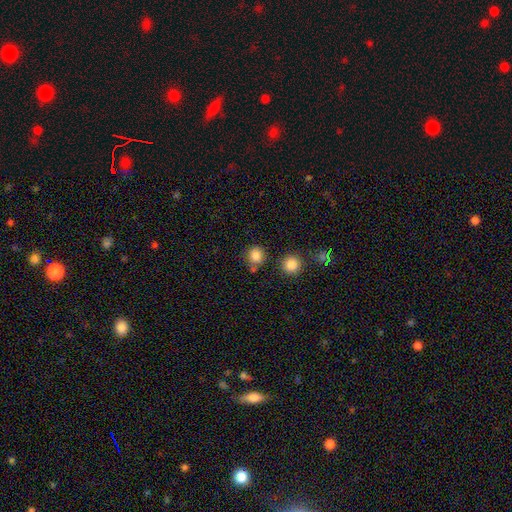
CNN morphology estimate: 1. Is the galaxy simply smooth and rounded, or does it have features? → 83% smooth, 12% star or artifact, 5% featured or disk.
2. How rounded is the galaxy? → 85% round, 14% in between, 1% cigar-shaped.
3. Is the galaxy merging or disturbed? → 73% none, 12% minor disturbance, 11% merger, 4% major disturbance.